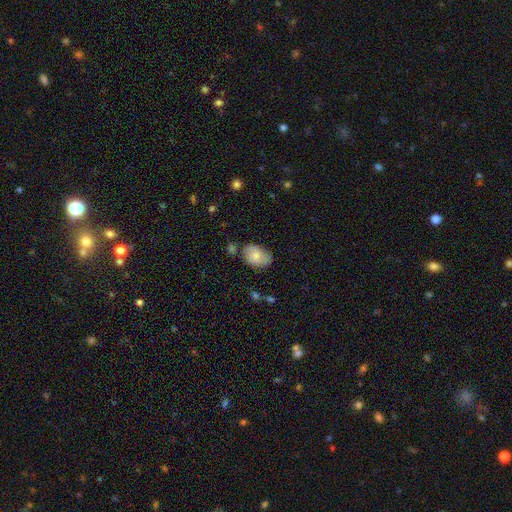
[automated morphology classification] type=smooth (73%); roundness=in between (82%); merging=none (60%).